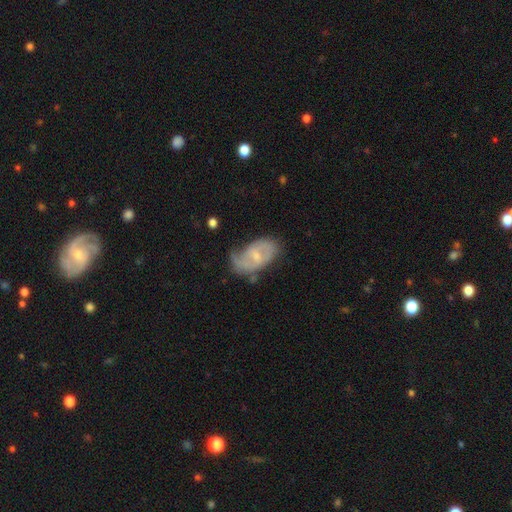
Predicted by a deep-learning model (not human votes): This appears to be a featured or disk galaxy (69%) with a weak bar (50%), 2 (59%) medium (42%) spiral arms (83%) and a small central bulge (63%). Merging: none (48%).